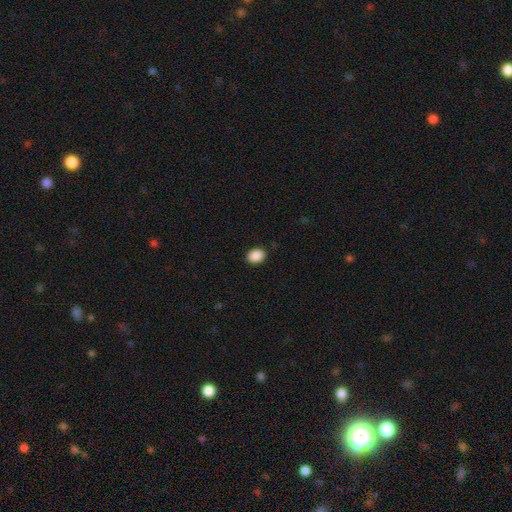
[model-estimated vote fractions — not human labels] Q: Smooth or featured?
A: smooth (89%); runner-up: star or artifact (8%)
Q: How rounded?
A: in between (66%); runner-up: round (33%)
Q: Merging?
A: none (90%); runner-up: minor disturbance (7%)